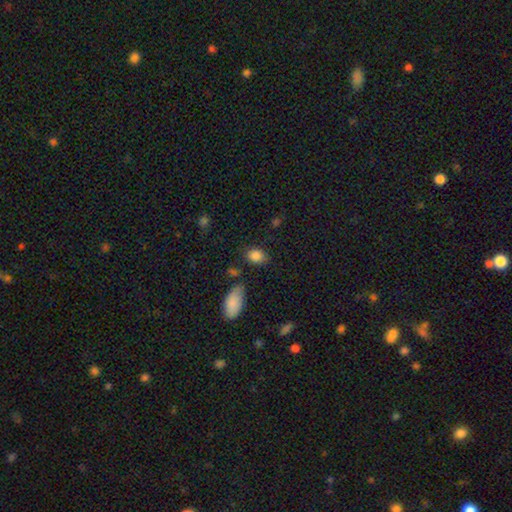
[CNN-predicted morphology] Q: Smooth or featured?
A: smooth (86%); runner-up: star or artifact (9%)
Q: How rounded?
A: in between (70%); runner-up: round (28%)
Q: Merging?
A: none (75%); runner-up: minor disturbance (16%)